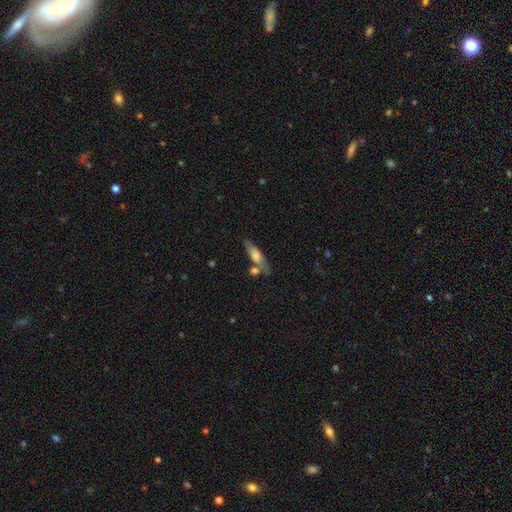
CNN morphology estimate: Smooth or featured: smooth — 57% (featured or disk — 36%)
How rounded: cigar-shaped — 61% (in between — 36%)
Merging: none — 61% (minor disturbance — 17%)